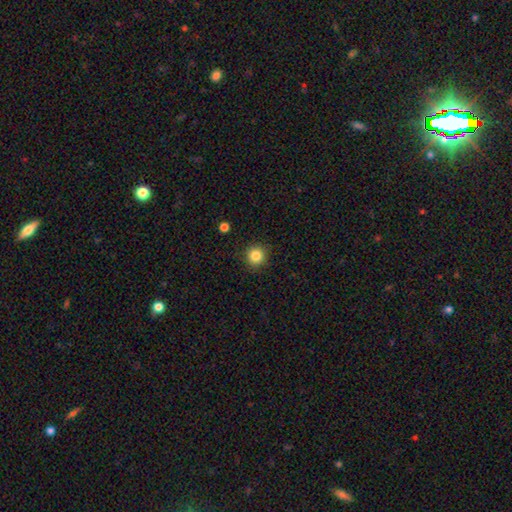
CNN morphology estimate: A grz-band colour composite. It shows a smooth galaxy with no disk features (84%) that is round (93%). Merging: none (91%).